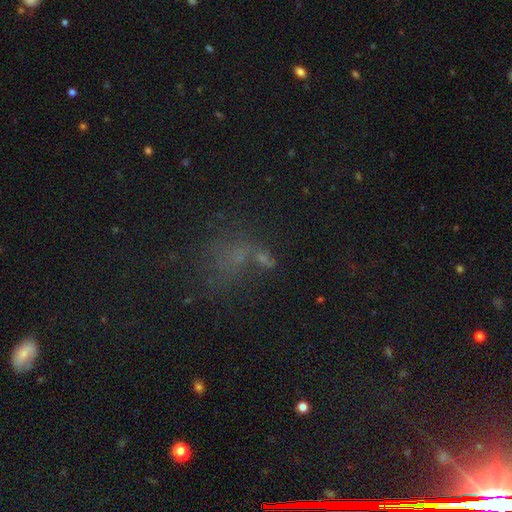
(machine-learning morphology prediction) smooth 40%, star or artifact 36%, featured or disk 23%. Down the decision tree: merging — none (40%).